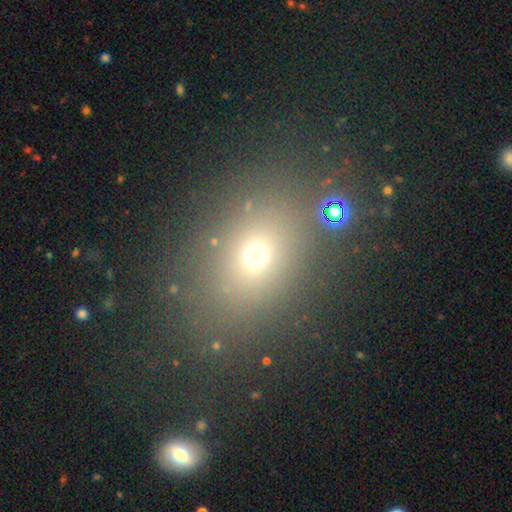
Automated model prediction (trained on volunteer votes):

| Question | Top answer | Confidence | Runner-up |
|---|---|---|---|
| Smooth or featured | smooth | 64% | star or artifact (24%) |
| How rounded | in between | 54% | round (45%) |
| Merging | none | 81% | minor disturbance (9%) |